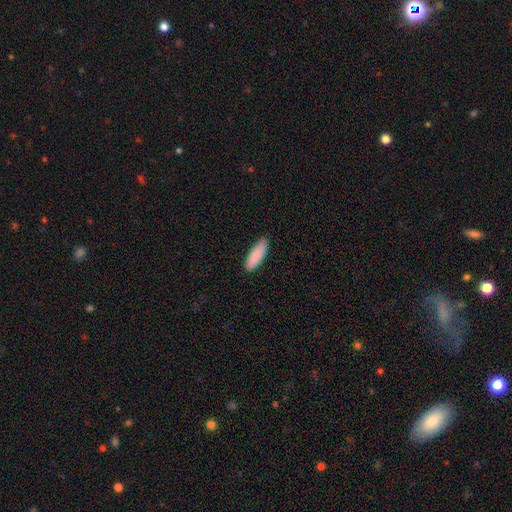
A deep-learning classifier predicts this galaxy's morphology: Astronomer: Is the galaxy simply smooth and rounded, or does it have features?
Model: smooth — 89%.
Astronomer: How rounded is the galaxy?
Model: in between — 51% (runner-up: cigar-shaped, 48%).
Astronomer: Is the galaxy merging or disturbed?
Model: none — 87%.